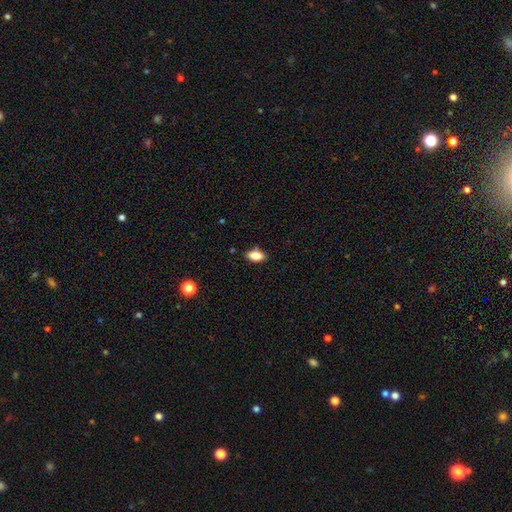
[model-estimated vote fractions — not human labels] smooth-or-featured: smooth: 83% | featured or disk: 8% | star or artifact: 8%
  how-rounded: in between: 87% | cigar-shaped: 9% | round: 5%
  merging: none: 80% | minor disturbance: 14% | major disturbance: 3% | merger: 3%